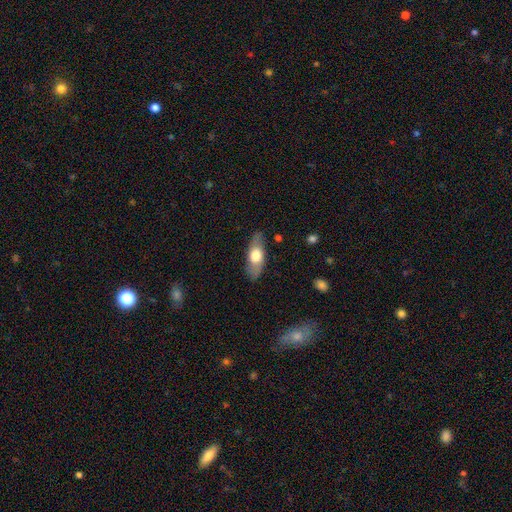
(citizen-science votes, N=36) Overall: smooth (61%; featured or disk 39%). How rounded: in between (64%; cigar-shaped 32%). Merging: none (67%).